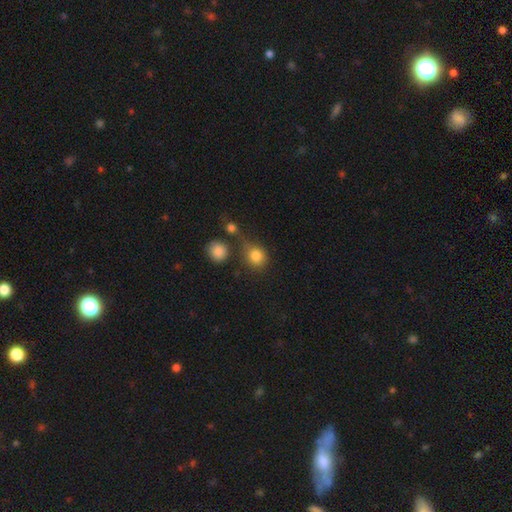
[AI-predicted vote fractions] A smooth galaxy with no disk features (82%) that is round (77%).

Vote fractions:
- Smooth or featured? smooth: 82% / star or artifact: 11% / featured or disk: 7%
- How rounded? round: 77% / in between: 22% / cigar-shaped: 1%
- Merging? none: 52% / merger: 22% / minor disturbance: 17% / major disturbance: 9%